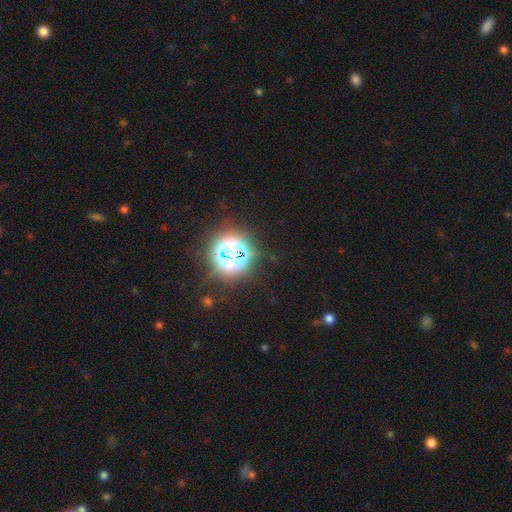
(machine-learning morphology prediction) smooth_or_featured: star or artifact (p=0.82) [alt: smooth p=0.12]